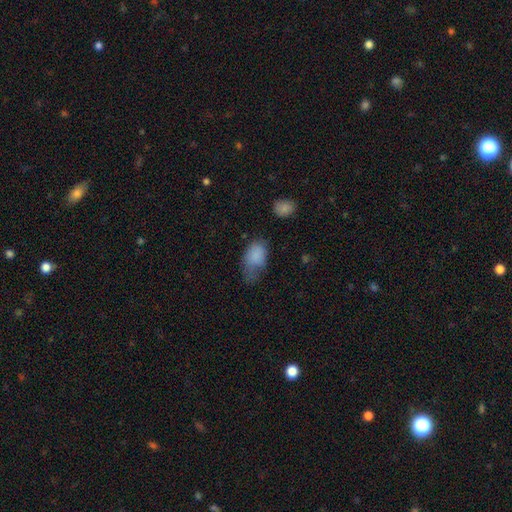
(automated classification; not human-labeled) This is clearly a smooth galaxy (82%). How rounded: clearly in between (90%). Merging: marginally minor disturbance (37%).